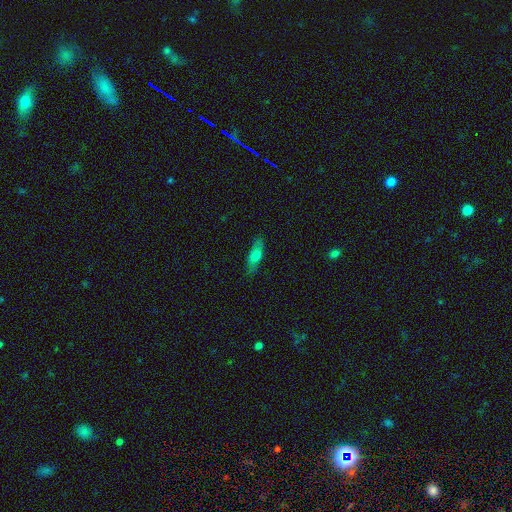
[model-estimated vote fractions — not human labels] smooth 68%, featured or disk 25%, star or artifact 8%. Down the decision tree: how rounded — cigar-shaped (49%); merging — none (82%).